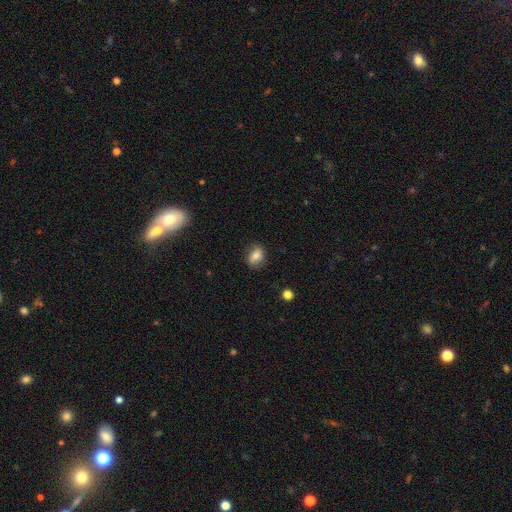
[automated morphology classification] This appears to be a smooth galaxy with no disk features (76%) that is in between round and cigar-shaped (62%). Merging: none (81%).